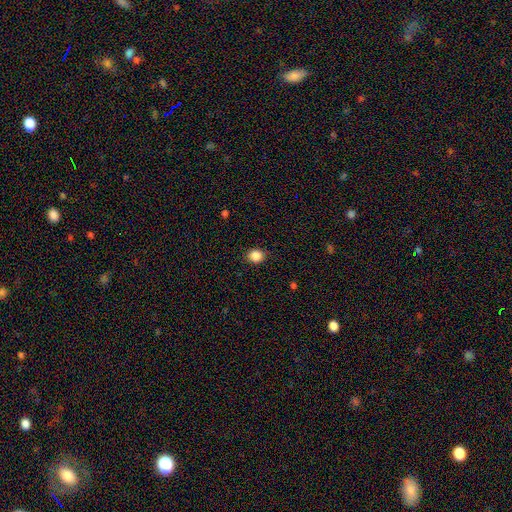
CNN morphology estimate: Smooth or featured? smooth (87%)
How rounded? round (71%)
Merging? none (88%)